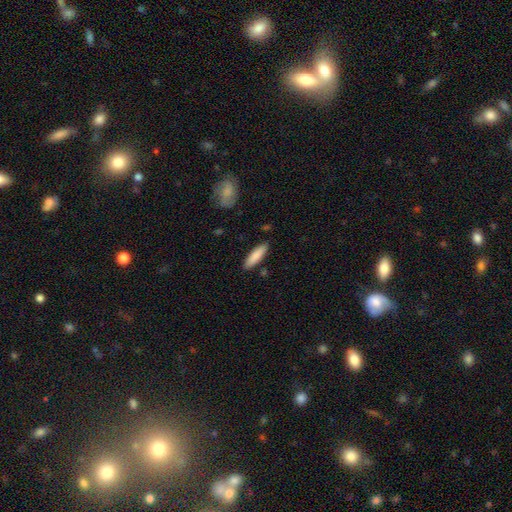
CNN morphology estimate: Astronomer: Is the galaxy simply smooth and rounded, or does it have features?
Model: smooth — 85%.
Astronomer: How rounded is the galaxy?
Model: cigar-shaped — 66%.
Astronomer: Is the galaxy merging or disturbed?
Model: none — 87%.